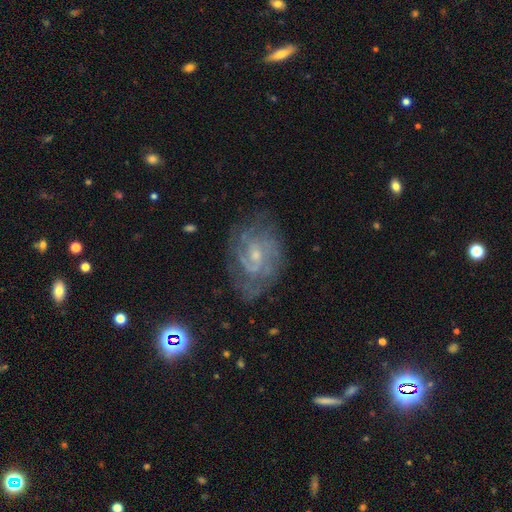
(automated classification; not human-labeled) Q: Smooth or featured?
A: featured or disk (81%); runner-up: smooth (11%)
Q: Edge-on disk?
A: no (97%); runner-up: yes (3%)
Q: Bar?
A: no (47%); runner-up: weak (46%)
Q: Spiral arms?
A: yes (92%); runner-up: no (8%)
Q: Spiral winding?
A: tight (51%); runner-up: medium (38%)
Q: Spiral arm count?
A: can't tell (36%); runner-up: 2 (33%)
Q: Bulge size?
A: small (65%); runner-up: moderate (27%)
Q: Merging?
A: none (68%); runner-up: minor disturbance (19%)